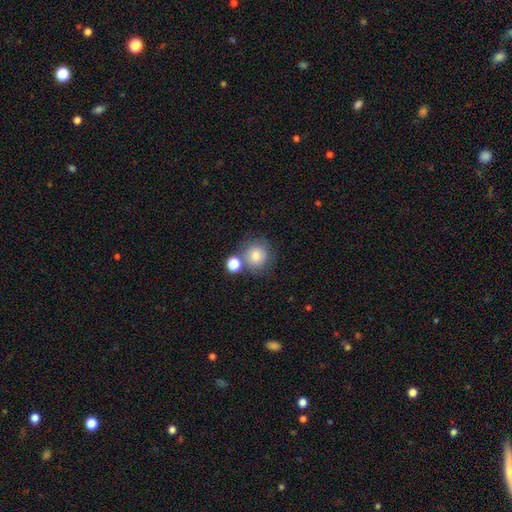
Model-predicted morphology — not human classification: Smooth or featured? smooth (77%)
How rounded? round (90%)
Merging? none (62%)